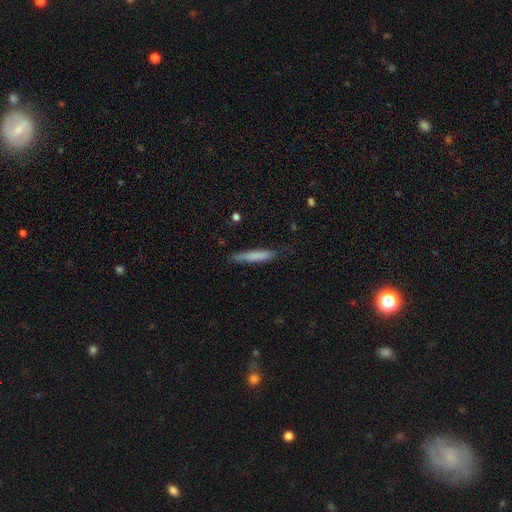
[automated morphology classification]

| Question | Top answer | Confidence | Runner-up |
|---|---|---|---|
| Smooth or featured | smooth | 73% | featured or disk (21%) |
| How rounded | cigar-shaped | 92% | in between (6%) |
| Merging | none | 77% | minor disturbance (18%) |